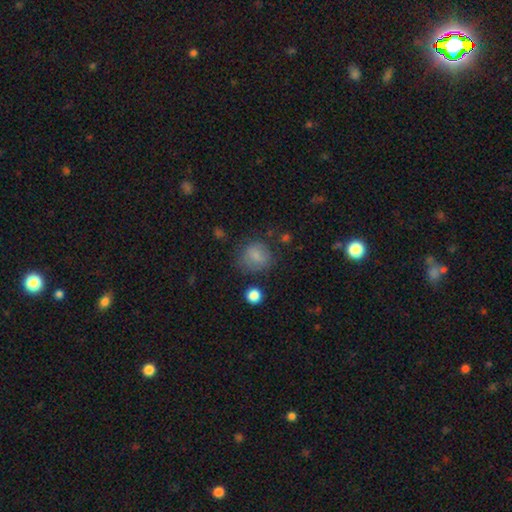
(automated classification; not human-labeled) The model was most divided on "merging": none: 64%, minor disturbance: 21%, major disturbance: 11%, merger: 4%. More confident: smooth or featured — smooth (76%); how rounded — round (74%).